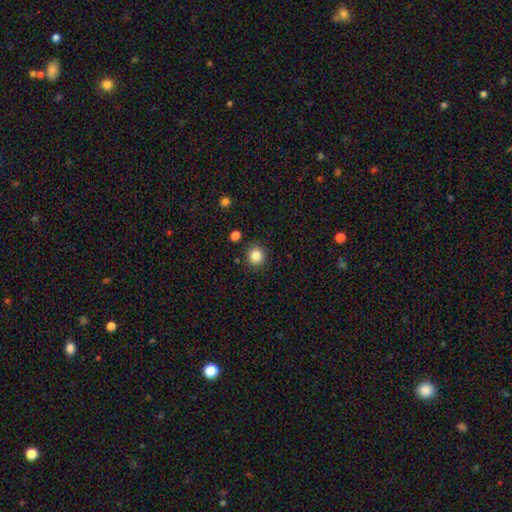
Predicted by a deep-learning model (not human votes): Morphology: type=smooth (85%); roundness=round (90%); merging=none (90%).